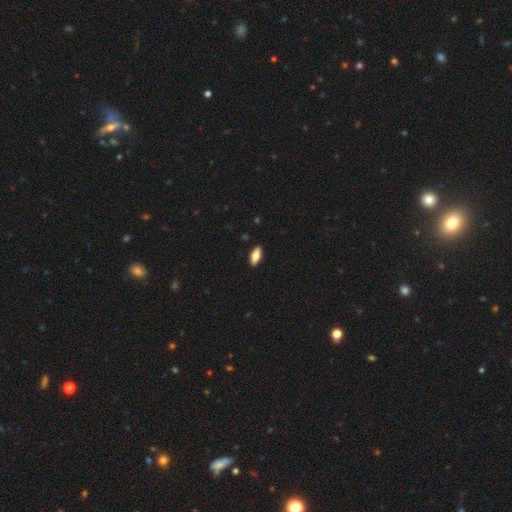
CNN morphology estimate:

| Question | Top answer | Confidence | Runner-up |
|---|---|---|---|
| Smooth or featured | smooth | 75% | featured or disk (19%) |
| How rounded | in between | 80% | cigar-shaped (17%) |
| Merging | none | 90% | minor disturbance (8%) |